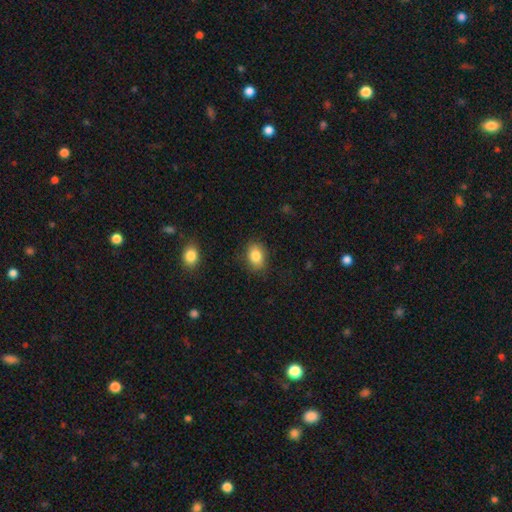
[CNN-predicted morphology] Smooth or featured? Predicted: smooth (p=0.84). How rounded? Predicted: in between (p=0.77). Merging? Predicted: none (p=0.83).